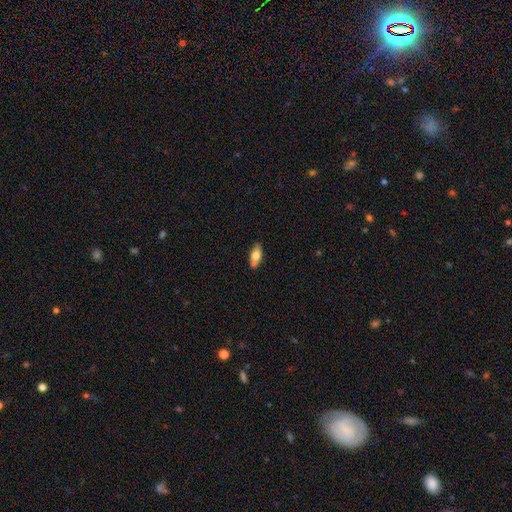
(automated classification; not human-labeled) Smooth or featured? Predicted: smooth (p=0.69). How rounded? Predicted: in between (p=0.81). Merging? Predicted: none (p=0.73).